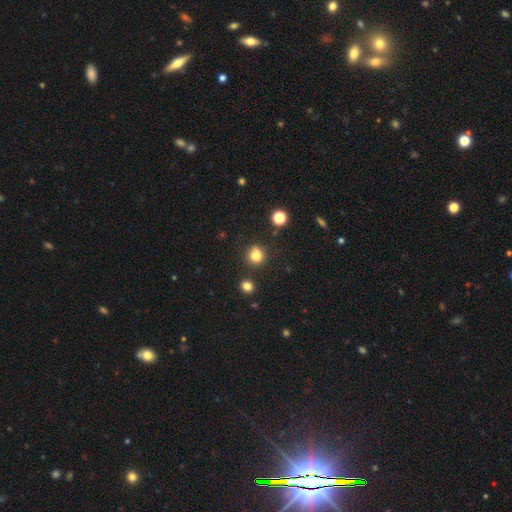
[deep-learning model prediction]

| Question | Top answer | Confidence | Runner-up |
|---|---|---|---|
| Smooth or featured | smooth | 81% | star or artifact (14%) |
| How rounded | round | 79% | in between (20%) |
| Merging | none | 77% | minor disturbance (13%) |